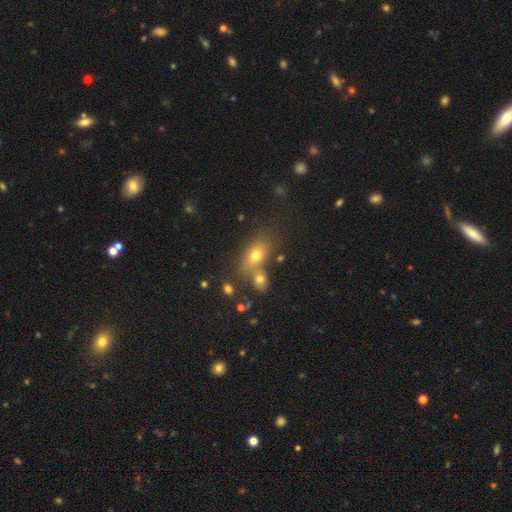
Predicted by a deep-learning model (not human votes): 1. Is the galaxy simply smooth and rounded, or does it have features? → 70% smooth, 16% featured or disk, 15% star or artifact.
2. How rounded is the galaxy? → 77% in between, 19% round, 4% cigar-shaped.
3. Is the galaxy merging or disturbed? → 48% none, 35% merger, 11% minor disturbance, 5% major disturbance.